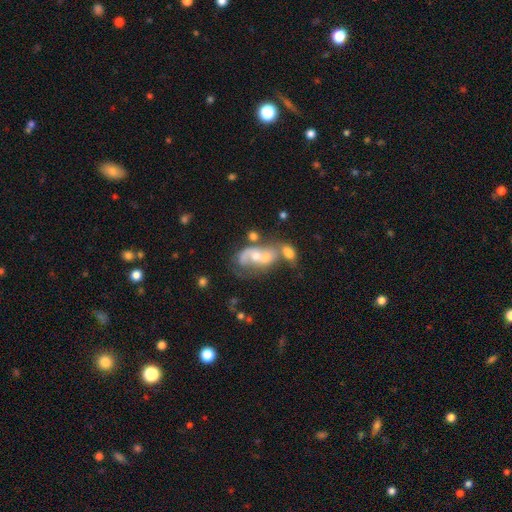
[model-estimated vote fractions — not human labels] smooth_or_featured: featured or disk (p=0.64) [alt: smooth p=0.26]
disk_edge_on: no (p=0.96) [alt: yes p=0.04]
bar: no (p=0.73) [alt: weak p=0.21]
has_spiral_arms: yes (p=0.64) [alt: no p=0.36]
bulge_size: moderate (p=0.56) [alt: small p=0.31]
merging: merger (p=0.61) [alt: none p=0.16]